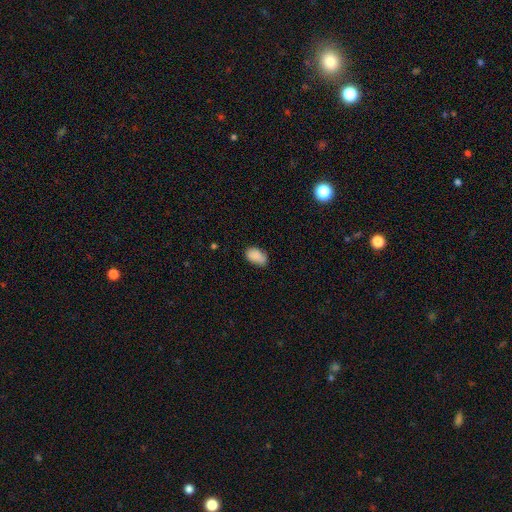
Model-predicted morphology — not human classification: Smooth or featured? Predicted: smooth (p=0.88). How rounded? Predicted: in between (p=0.91). Merging? Predicted: none (p=0.72).